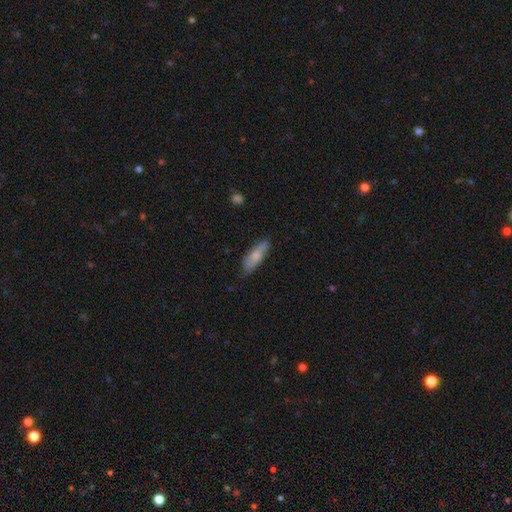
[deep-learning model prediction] Smooth or featured: smooth — 71% (featured or disk — 24%)
How rounded: cigar-shaped — 54% (in between — 44%)
Merging: none — 74% (minor disturbance — 21%)